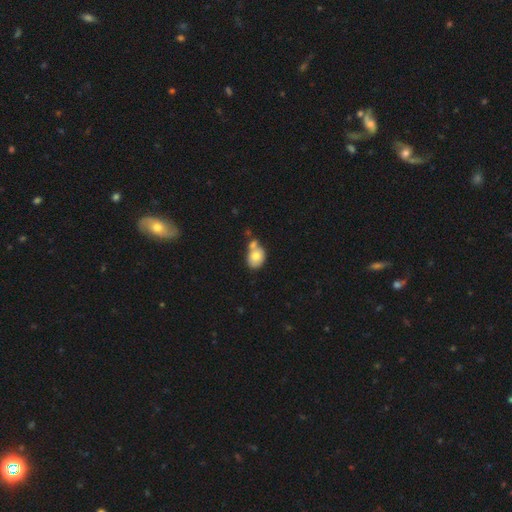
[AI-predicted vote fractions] This appears to be a smooth galaxy with no disk features (76%) that is in between round and cigar-shaped (60%). Merging: merger (43%).